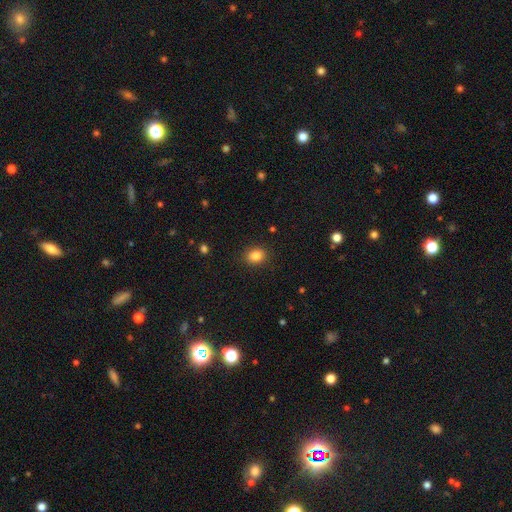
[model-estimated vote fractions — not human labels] Smooth or featured: smooth — 85% (star or artifact — 10%)
How rounded: in between — 53% (round — 46%)
Merging: none — 88% (minor disturbance — 8%)